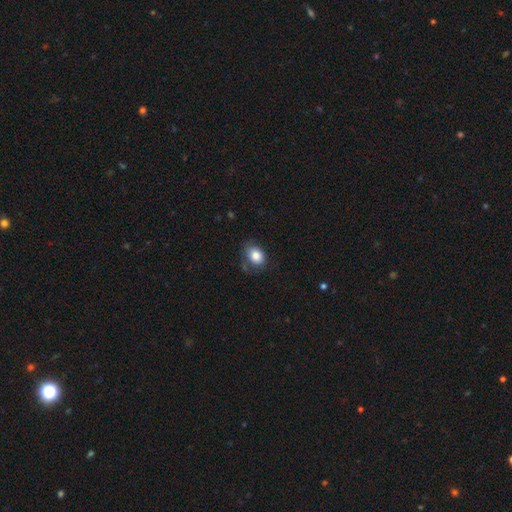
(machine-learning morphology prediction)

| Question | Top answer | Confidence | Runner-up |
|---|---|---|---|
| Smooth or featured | smooth | 83% | featured or disk (9%) |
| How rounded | in between | 72% | round (27%) |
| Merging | none | 67% | minor disturbance (23%) |